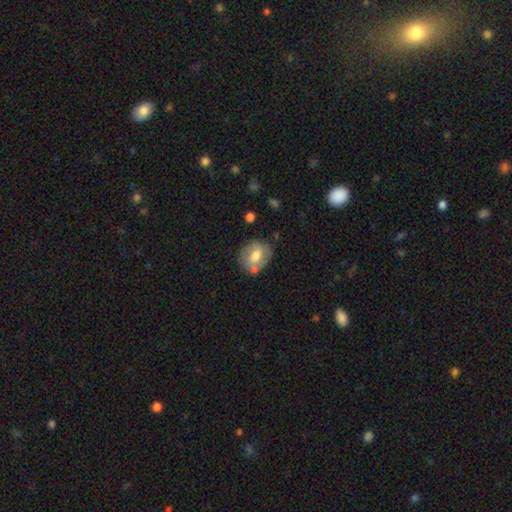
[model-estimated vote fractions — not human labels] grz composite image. It shows a smooth galaxy with no disk features (60%) that is round (54%). Merging: none (66%).